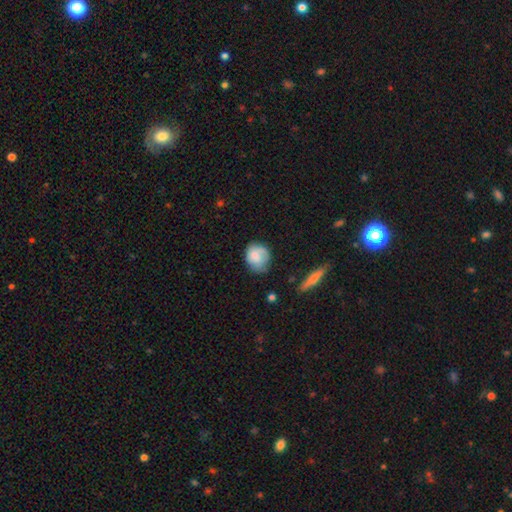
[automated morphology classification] The model was most divided on "merging": none: 56%, minor disturbance: 31%, major disturbance: 10%, merger: 3%. More confident: smooth or featured — smooth (71%); how rounded — round (64%).